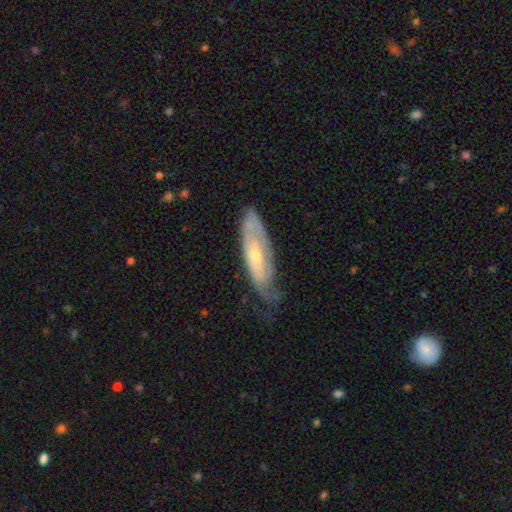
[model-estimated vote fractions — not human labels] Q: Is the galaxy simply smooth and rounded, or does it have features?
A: featured or disk — 66%.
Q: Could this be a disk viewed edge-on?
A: no — 76%.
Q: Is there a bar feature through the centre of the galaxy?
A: no — 74%.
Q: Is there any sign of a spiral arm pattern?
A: yes — 73%.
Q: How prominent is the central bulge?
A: small — 60%.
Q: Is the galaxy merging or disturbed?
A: none — 53%.